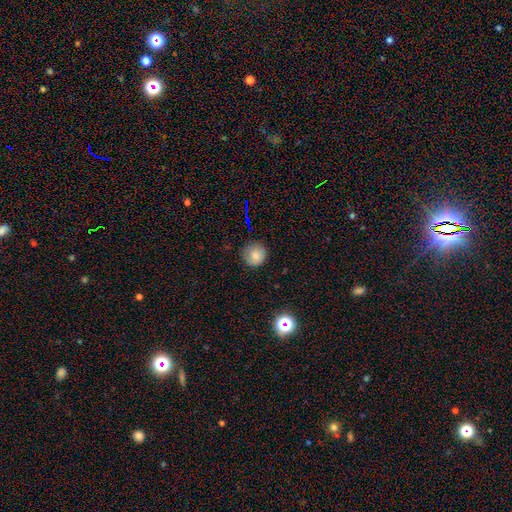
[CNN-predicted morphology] This appears to be a smooth galaxy with no disk features (82%) that is round (94%). Merging: none (85%).